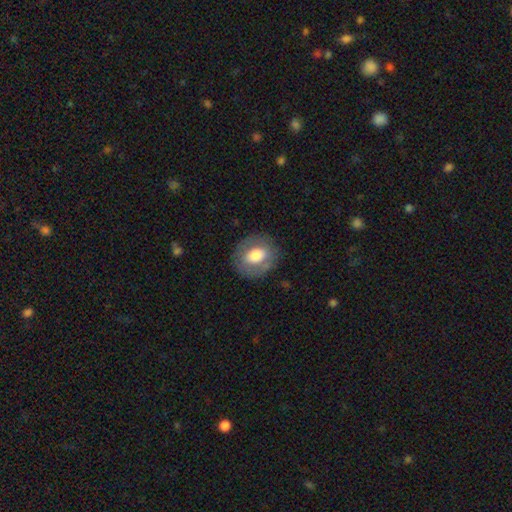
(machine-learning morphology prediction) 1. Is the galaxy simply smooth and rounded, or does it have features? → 63% smooth, 30% featured or disk, 8% star or artifact.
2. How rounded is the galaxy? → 53% round, 46% in between, 1% cigar-shaped.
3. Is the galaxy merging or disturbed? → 78% none, 14% minor disturbance, 6% major disturbance, 1% merger.